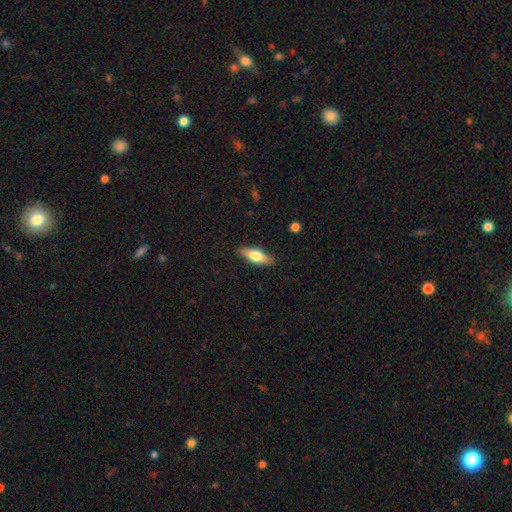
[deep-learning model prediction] smooth 57%, featured or disk 37%, star or artifact 6%. Down the decision tree: how rounded — in between (57%); merging — none (87%).